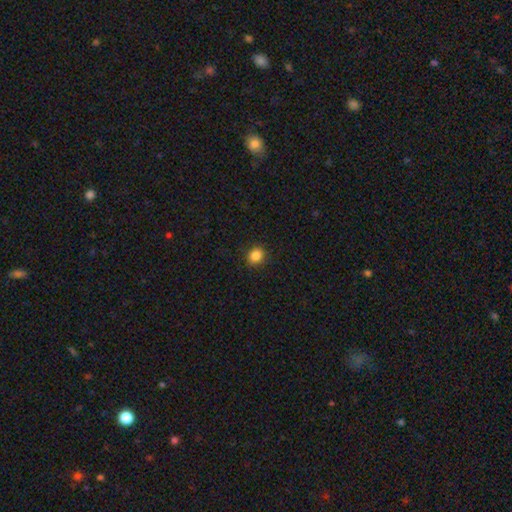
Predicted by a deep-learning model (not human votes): Overall: smooth (85%). How rounded: round (70%). Merging: none (90%).